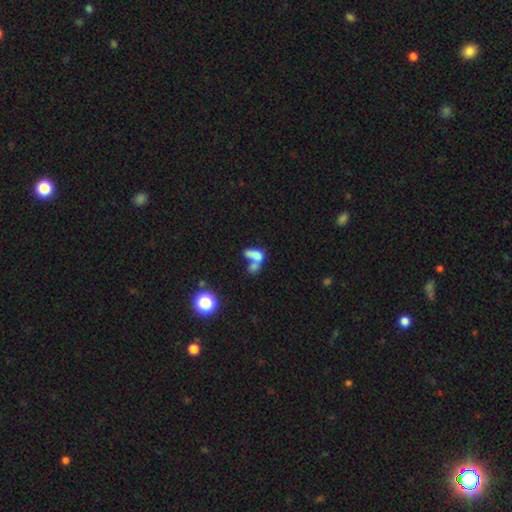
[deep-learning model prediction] Overall: smooth (65%). How rounded: in between (77%). Merging: merger (65%).